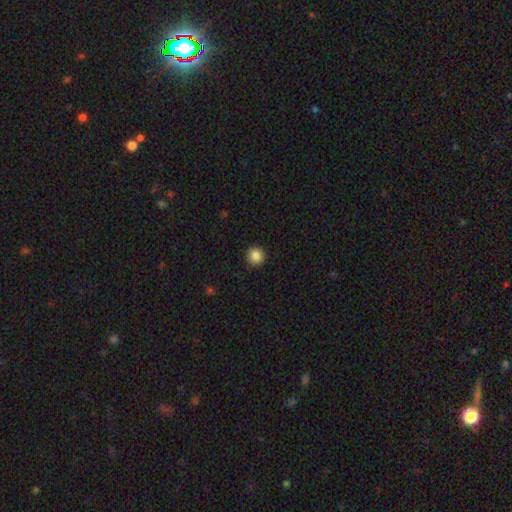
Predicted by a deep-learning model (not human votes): This is clearly a smooth galaxy (87%). How rounded: clearly round (94%). Merging: clearly none (91%).